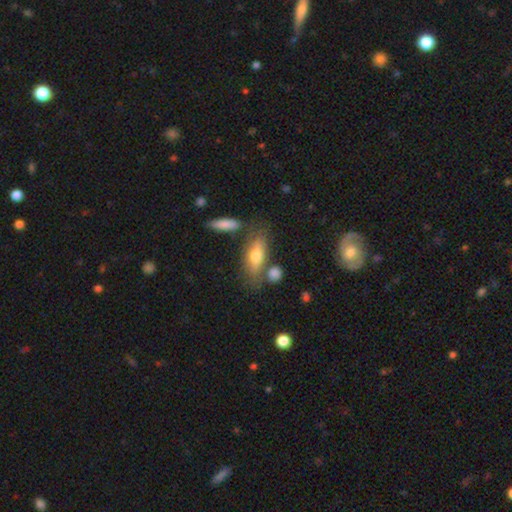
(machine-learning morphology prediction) A smooth galaxy with no disk features (64%) that is in between round and cigar-shaped (67%). Merging: none (62%).